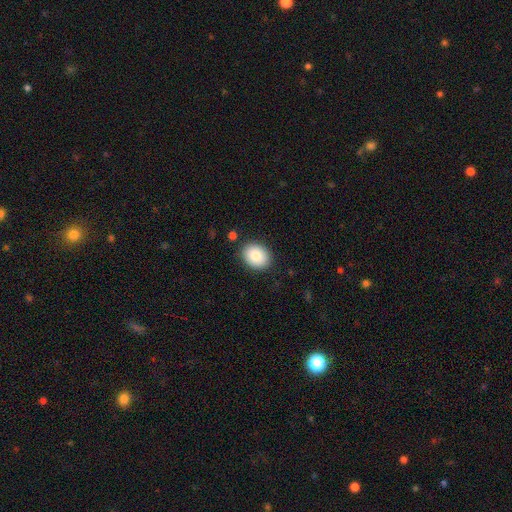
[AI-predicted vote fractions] This appears to be a smooth galaxy with no disk features (84%) that is in between round and cigar-shaped (52%). Merging: none (88%).